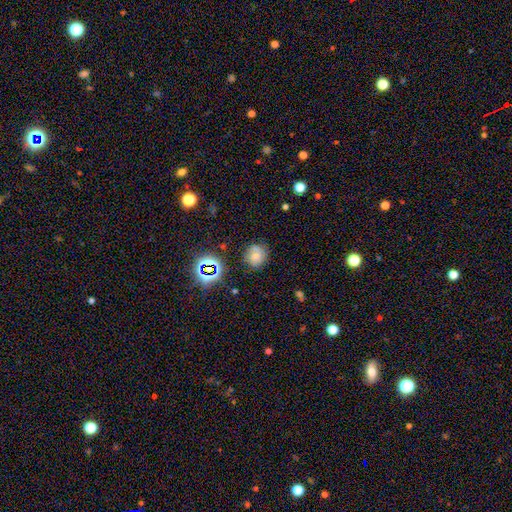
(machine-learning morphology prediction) smooth 58%, featured or disk 21%, star or artifact 20%. Down the decision tree: how rounded — round (72%); merging — none (71%).